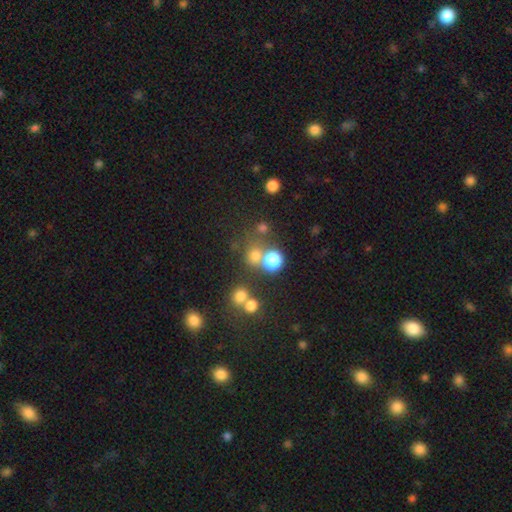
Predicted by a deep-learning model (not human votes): Smooth or featured? Predicted: smooth (p=0.71). How rounded? Predicted: round (p=0.85). Merging? Predicted: none (p=0.59).